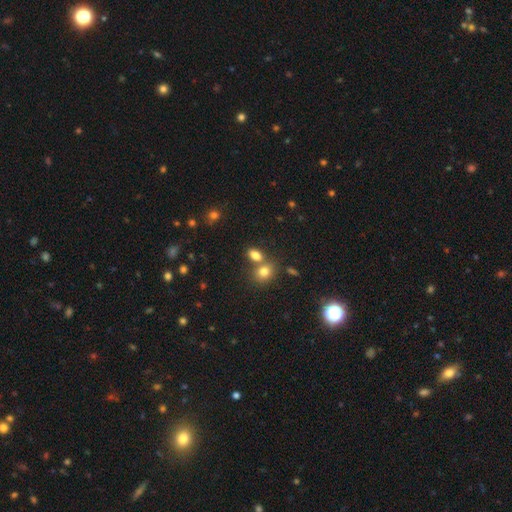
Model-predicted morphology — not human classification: smooth_or_featured: smooth (p=0.79) [alt: star or artifact p=0.12]
how_rounded: in between (p=0.73) [alt: round p=0.25]
merging: none (p=0.48) [alt: merger p=0.39]